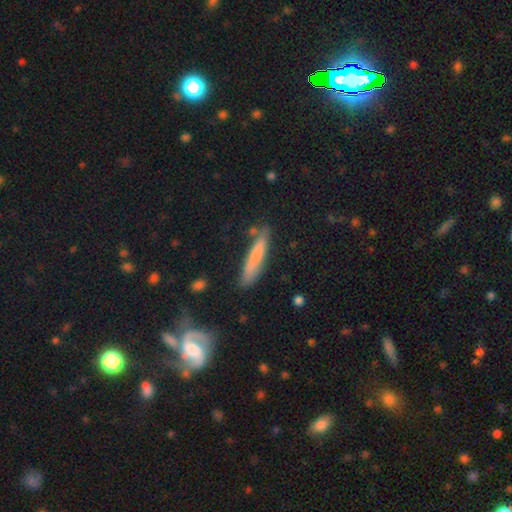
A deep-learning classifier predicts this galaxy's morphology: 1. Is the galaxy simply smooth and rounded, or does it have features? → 73% smooth, 21% featured or disk, 7% star or artifact.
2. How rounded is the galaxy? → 89% cigar-shaped, 9% in between, 1% round.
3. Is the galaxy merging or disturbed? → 74% none, 17% minor disturbance, 4% merger, 4% major disturbance.